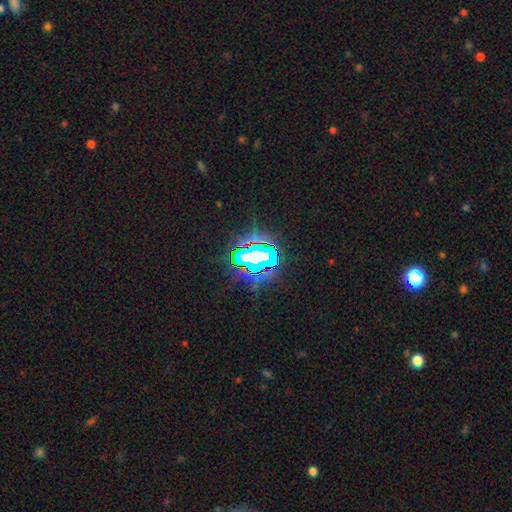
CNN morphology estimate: A star or artifact, not a galaxy (65%).

Vote fractions:
- Smooth or featured? star or artifact: 65% / featured or disk: 18% / smooth: 17%